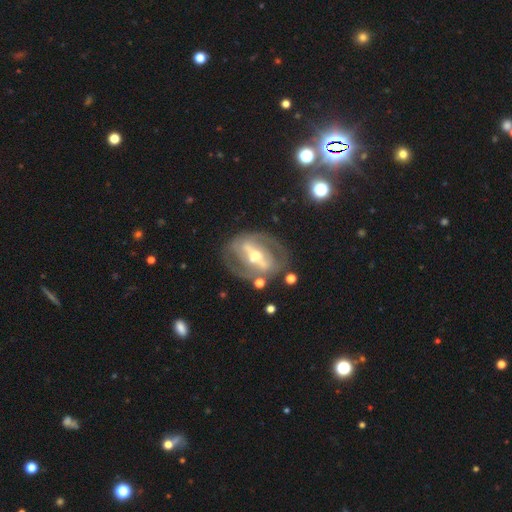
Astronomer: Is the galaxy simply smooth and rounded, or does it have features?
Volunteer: featured or disk — 89%.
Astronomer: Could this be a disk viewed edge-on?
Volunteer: no — 88%.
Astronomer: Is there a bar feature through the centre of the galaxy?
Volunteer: strong — 75%.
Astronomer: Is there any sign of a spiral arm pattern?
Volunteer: yes — 50%, tied with no at 50%.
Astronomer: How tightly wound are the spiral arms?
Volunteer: tight — 57%.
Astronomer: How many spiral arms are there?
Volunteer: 2 — 79%.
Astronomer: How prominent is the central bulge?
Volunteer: moderate — 64%.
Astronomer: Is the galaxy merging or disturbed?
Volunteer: none — 60%.